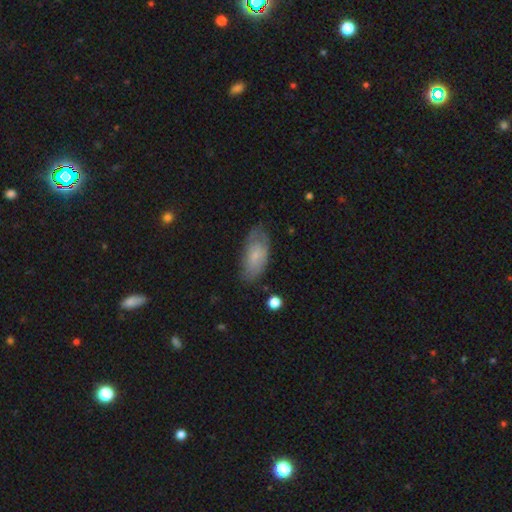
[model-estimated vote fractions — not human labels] This appears to be a smooth galaxy with no disk features (63%) that is in between round and cigar-shaped (91%). Merging: none (66%).